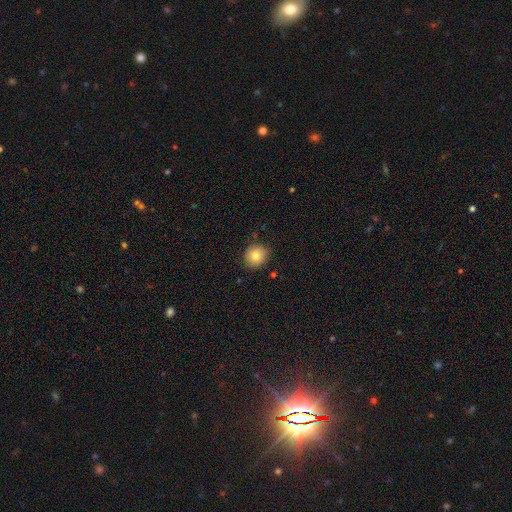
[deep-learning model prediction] A smooth galaxy with no disk features (80%) that is round (86%). Merging: none (86%).